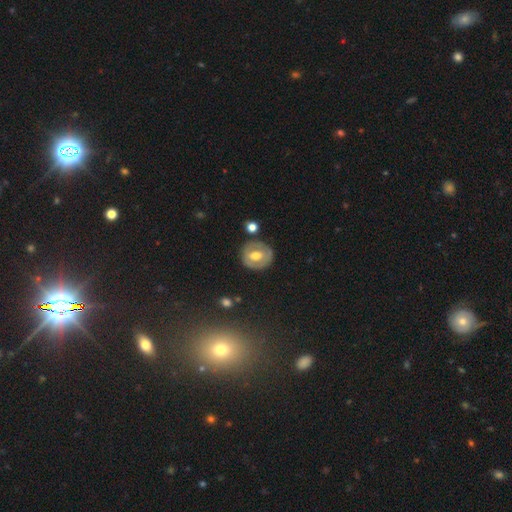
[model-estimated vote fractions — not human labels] A featured or disk galaxy (51%). Merging: none (78%).